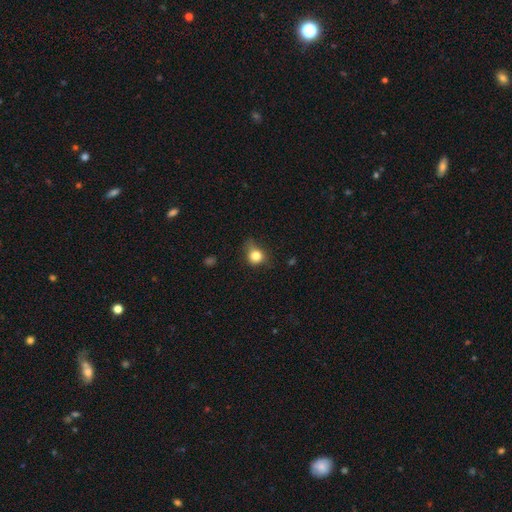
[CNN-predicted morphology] Smooth or featured?
  - smooth: 78% *
  - star or artifact: 11%
  - featured or disk: 10%
How rounded?
  - round: 72% *
  - in between: 27%
  - cigar-shaped: 1%
Merging?
  - none: 53% *
  - minor disturbance: 33%
  - major disturbance: 13%
  - merger: 2%